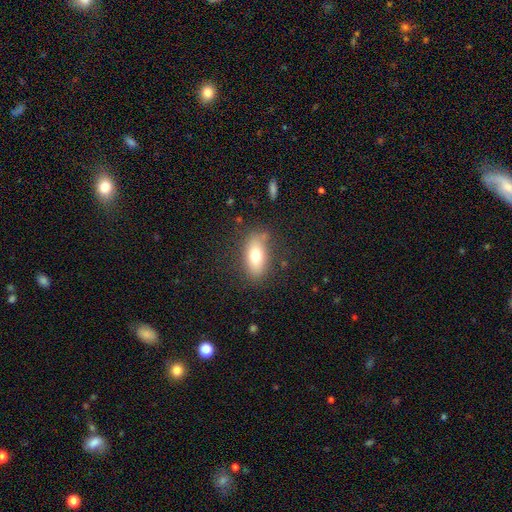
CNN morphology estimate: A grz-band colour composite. It shows a smooth galaxy with no disk features (71%) that is in between round and cigar-shaped (84%). Merging: none (76%).